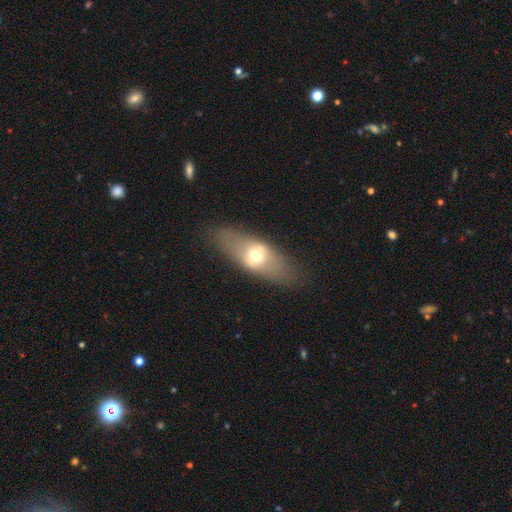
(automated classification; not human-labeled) The model was most divided on "smooth or featured": smooth: 53%, featured or disk: 40%, star or artifact: 8%. More confident: merging — none (82%); how rounded — in between (69%).